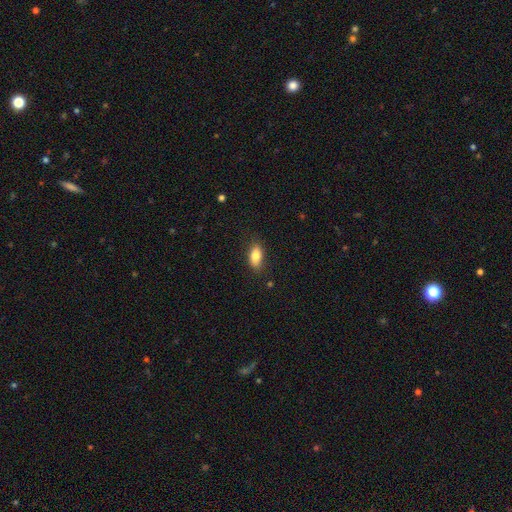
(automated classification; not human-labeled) Morphology: type=smooth (82%); roundness=in between (87%); merging=none (83%).